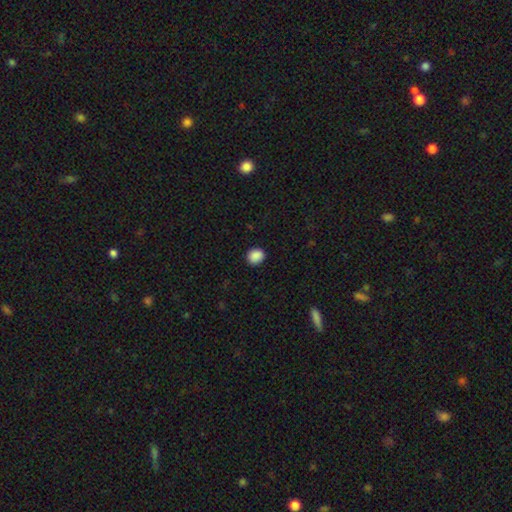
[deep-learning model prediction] Smooth or featured: smooth — 89% (star or artifact — 9%)
How rounded: round — 69% (in between — 30%)
Merging: none — 90% (minor disturbance — 7%)